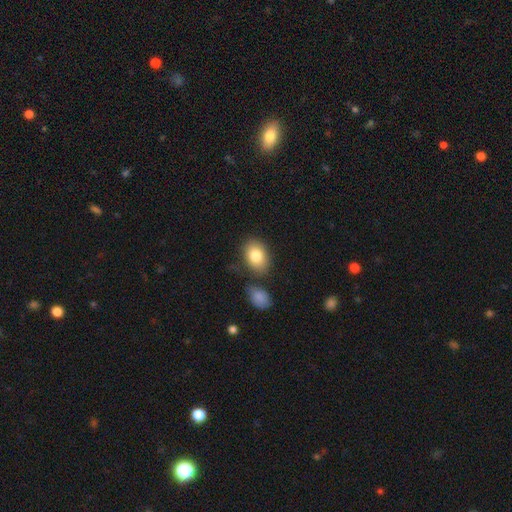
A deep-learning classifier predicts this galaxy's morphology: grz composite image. It shows a smooth galaxy with no disk features (83%) that is in between round and cigar-shaped (77%). Merging: none (71%).